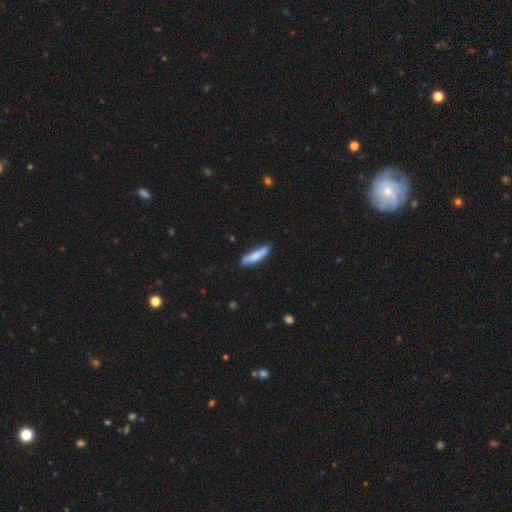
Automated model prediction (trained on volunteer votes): The model was most divided on "merging": none: 77%, minor disturbance: 18%, major disturbance: 3%, merger: 2%. More confident: how rounded — cigar-shaped (80%); smooth or featured — smooth (78%).